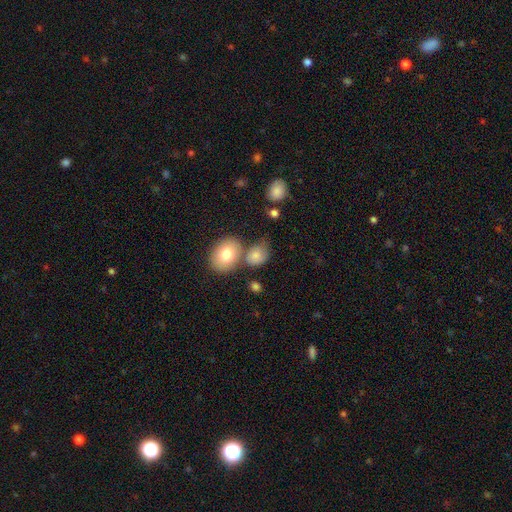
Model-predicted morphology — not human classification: A smooth galaxy with no disk features (78%) that is in between round and cigar-shaped (57%).

Vote fractions:
- Smooth or featured? smooth: 78% / featured or disk: 13% / star or artifact: 9%
- How rounded? in between: 57% / round: 42% / cigar-shaped: 1%
- Merging? none: 46% / merger: 23% / minor disturbance: 22% / major disturbance: 9%